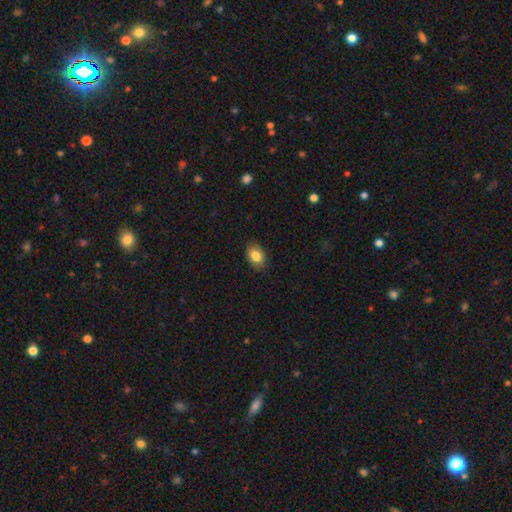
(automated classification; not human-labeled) Morphology: type=smooth (83%); roundness=in between (80%); merging=none (86%).